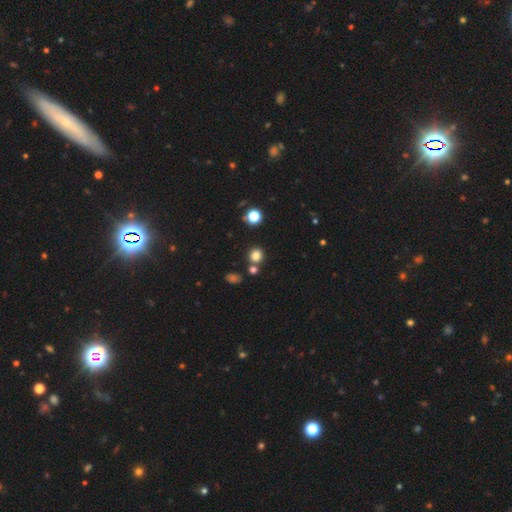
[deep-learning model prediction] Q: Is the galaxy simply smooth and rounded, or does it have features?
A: smooth — 80%.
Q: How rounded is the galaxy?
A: round — 87%.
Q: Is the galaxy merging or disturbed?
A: none — 77%.